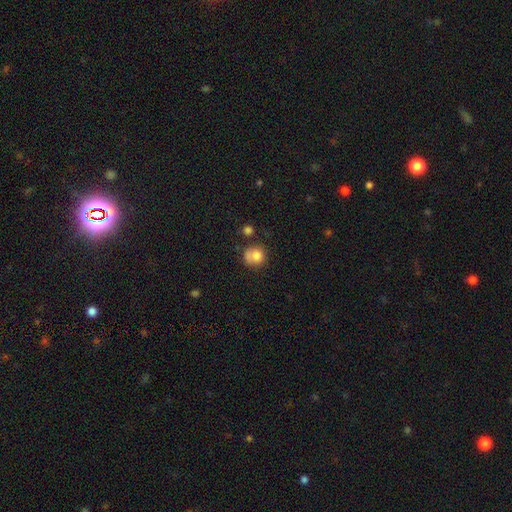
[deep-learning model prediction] This appears to be a smooth galaxy with no disk features (77%) that is round (80%). Merging: none (48%).